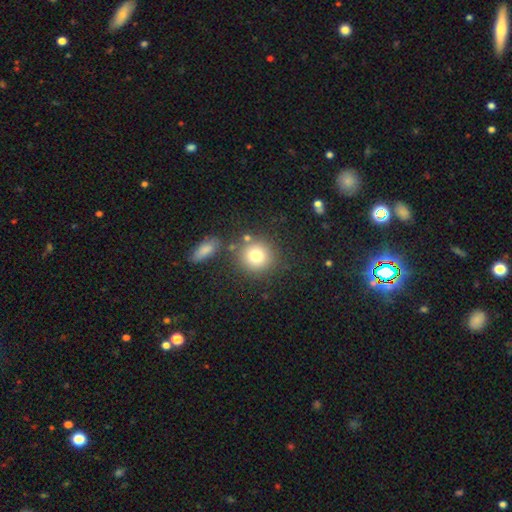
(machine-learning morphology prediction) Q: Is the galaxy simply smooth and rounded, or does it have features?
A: smooth — 78%.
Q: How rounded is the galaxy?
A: round — 91%.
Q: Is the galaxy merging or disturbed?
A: none — 76%.